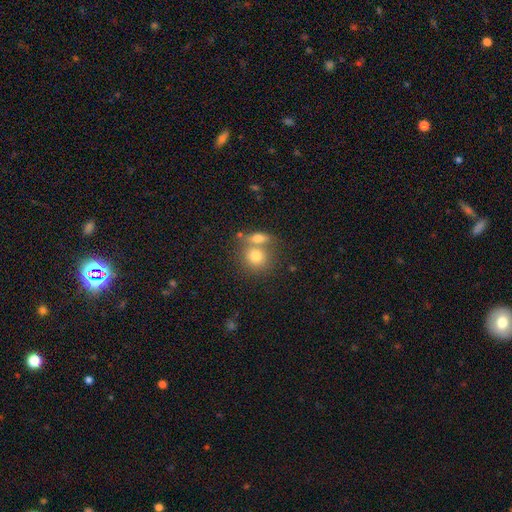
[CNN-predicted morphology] smooth 77%, featured or disk 14%, star or artifact 9%. Down the decision tree: how rounded — round (74%); merging — merger (44%).